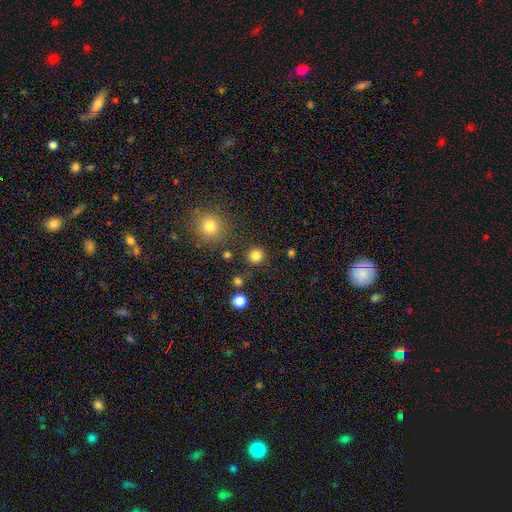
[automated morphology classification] Smooth or featured?
  - smooth: 81% *
  - star or artifact: 15%
  - featured or disk: 4%
How rounded?
  - round: 91% *
  - in between: 8%
  - cigar-shaped: 1%
Merging?
  - none: 85% *
  - minor disturbance: 8%
  - merger: 4%
  - major disturbance: 3%